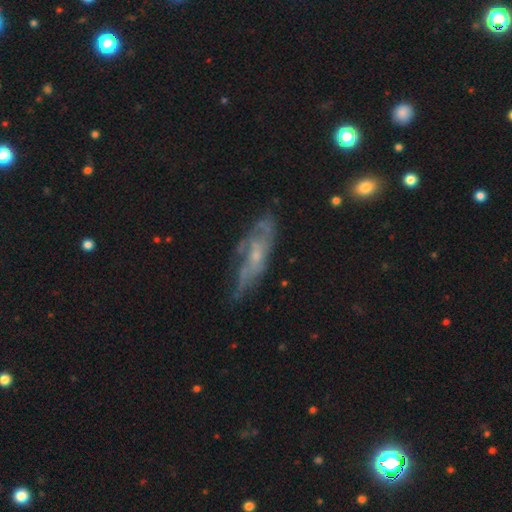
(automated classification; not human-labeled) Smooth or featured?
  - featured or disk: 69% *
  - smooth: 23%
  - star or artifact: 9%
Edge-on disk?
  - no: 77% *
  - yes: 23%
Bar?
  - no: 73% *
  - weak: 23%
  - strong: 4%
Spiral arms?
  - yes: 68% *
  - no: 32%
Bulge size?
  - small: 65% *
  - moderate: 23%
  - none: 9%
  - large: 1%
  - dominant: 1%
Merging?
  - none: 55% *
  - minor disturbance: 27%
  - major disturbance: 15%
  - merger: 4%